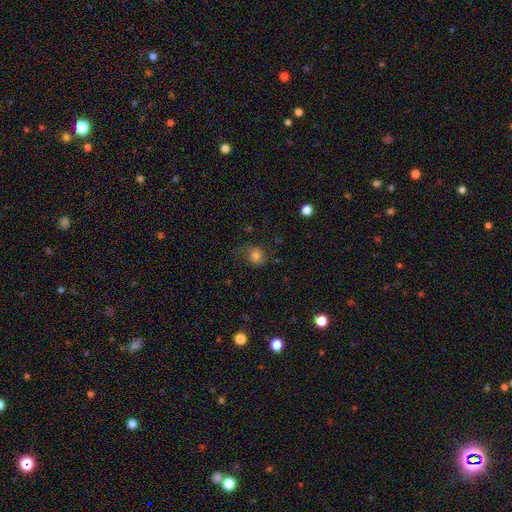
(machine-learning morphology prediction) A smooth galaxy with no disk features (78%) that is round (73%). Merging: none (62%).